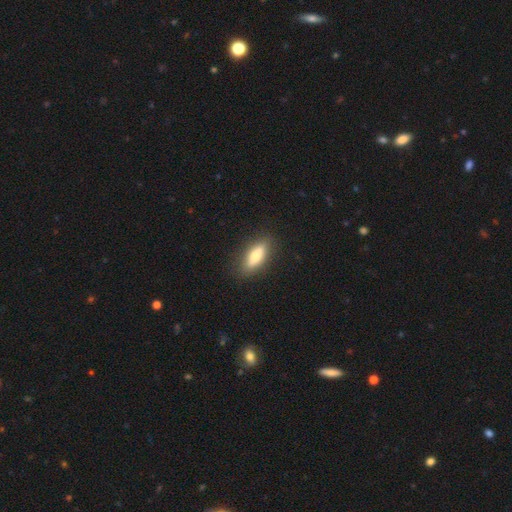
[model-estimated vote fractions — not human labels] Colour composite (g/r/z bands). It shows a smooth galaxy with no disk features (72%) that is in between round and cigar-shaped (51%). Merging: none (86%).